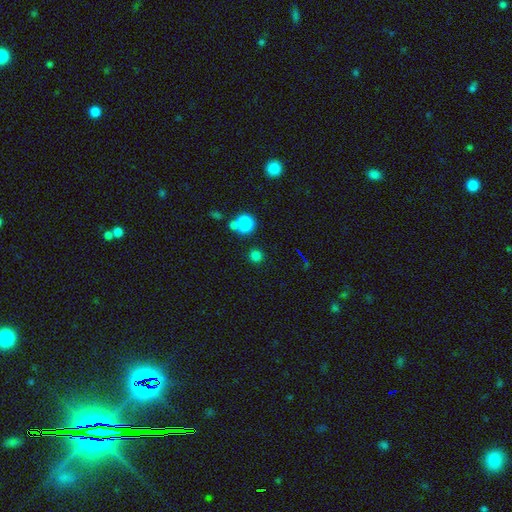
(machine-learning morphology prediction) Smooth or featured?
  - smooth: 75% *
  - star or artifact: 19%
  - featured or disk: 5%
How rounded?
  - round: 93% *
  - in between: 6%
  - cigar-shaped: 1%
Merging?
  - none: 79% *
  - merger: 11%
  - minor disturbance: 7%
  - major disturbance: 3%